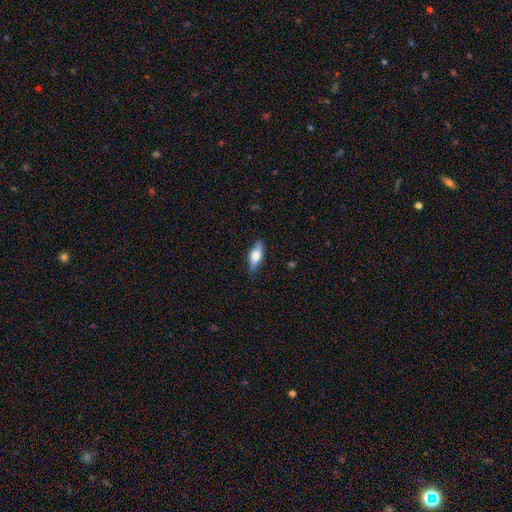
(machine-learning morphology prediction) This is likely a smooth galaxy (64%). How rounded: likely in between (71%). Merging: clearly none (80%).